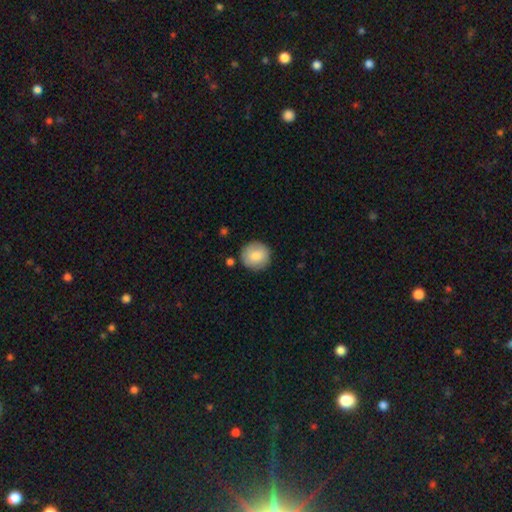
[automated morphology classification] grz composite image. It shows a smooth galaxy with no disk features (83%) that is round (94%). Merging: none (86%).